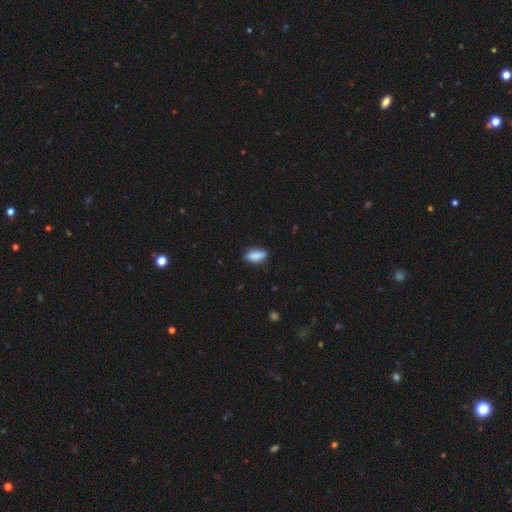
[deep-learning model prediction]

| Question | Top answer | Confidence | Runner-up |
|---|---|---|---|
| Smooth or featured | smooth | 86% | featured or disk (7%) |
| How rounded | in between | 83% | cigar-shaped (14%) |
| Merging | none | 84% | minor disturbance (13%) |